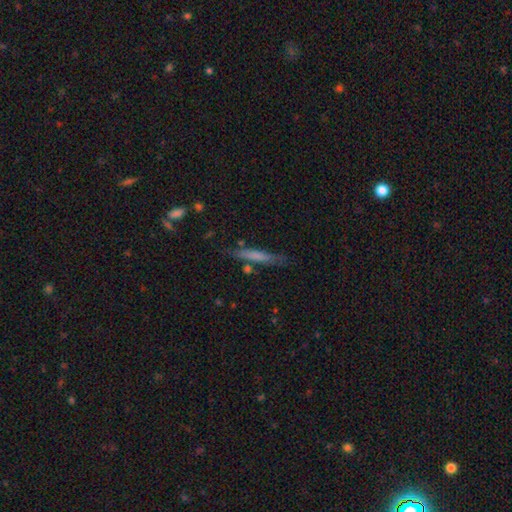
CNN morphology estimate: A smooth galaxy with no disk features (63%) that is cigar-shaped (93%).

Vote fractions:
- Smooth or featured? smooth: 63% / featured or disk: 31% / star or artifact: 7%
- How rounded? cigar-shaped: 93% / in between: 6% / round: 2%
- Merging? none: 78% / minor disturbance: 15% / merger: 4% / major disturbance: 3%